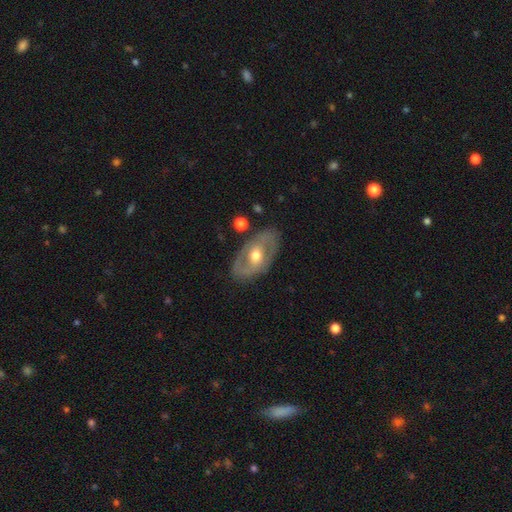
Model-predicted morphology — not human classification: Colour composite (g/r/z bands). It shows a featured or disk galaxy (65%) with no bar (54%), no spiral arms (62%) and a moderate central bulge (76%). Merging: none (80%).